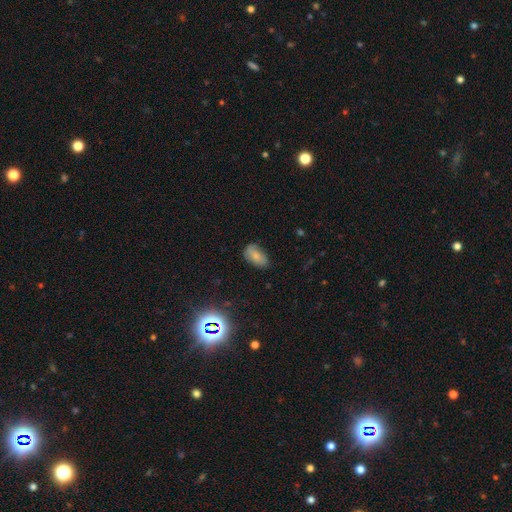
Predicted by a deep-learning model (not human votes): The model was most divided on "merging": none: 65%, minor disturbance: 27%, major disturbance: 6%, merger: 2%. More confident: how rounded — in between (92%); smooth or featured — smooth (73%).